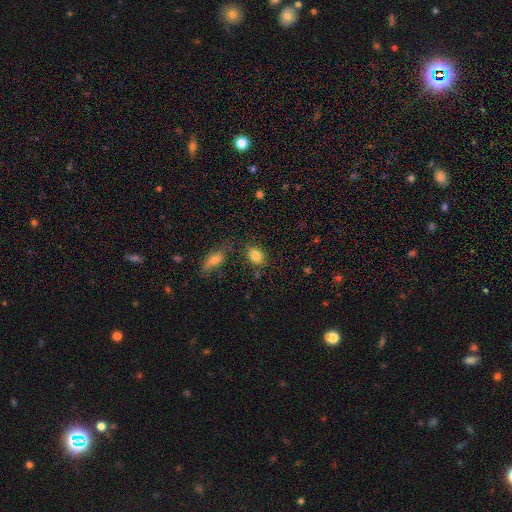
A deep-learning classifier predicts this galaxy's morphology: type=smooth (84%); roundness=in between (62%); merging=none (76%).